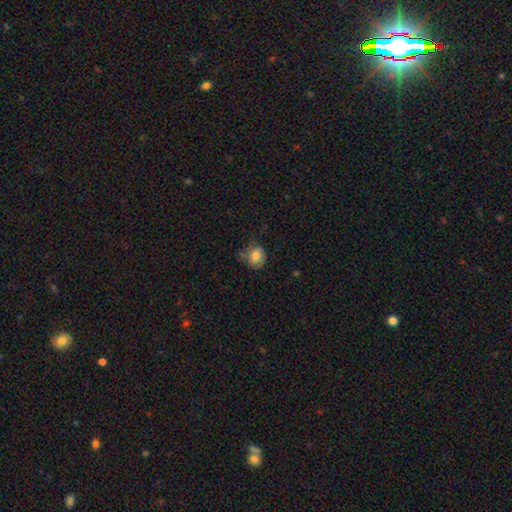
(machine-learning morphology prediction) A smooth galaxy with no disk features (67%) that is round (65%).

Vote fractions:
- Smooth or featured? smooth: 67% / featured or disk: 25% / star or artifact: 8%
- How rounded? round: 65% / in between: 34% / cigar-shaped: 1%
- Merging? none: 50% / minor disturbance: 32% / major disturbance: 15% / merger: 3%